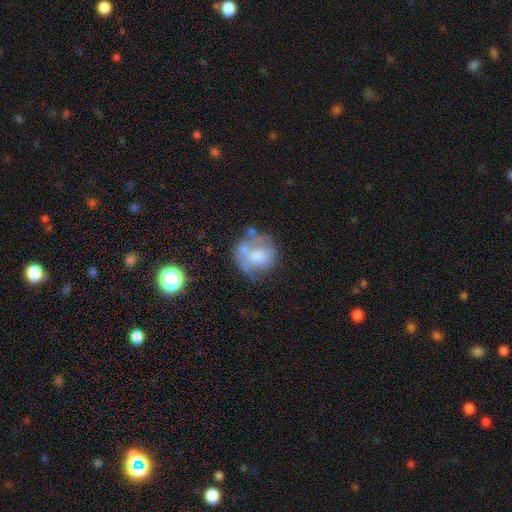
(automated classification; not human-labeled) A smooth galaxy with no disk features (54%) that is round (81%).

Vote fractions:
- Smooth or featured? smooth: 54% / featured or disk: 36% / star or artifact: 10%
- How rounded? round: 81% / in between: 18% / cigar-shaped: 1%
- Merging? none: 46% / minor disturbance: 24% / major disturbance: 16% / merger: 13%